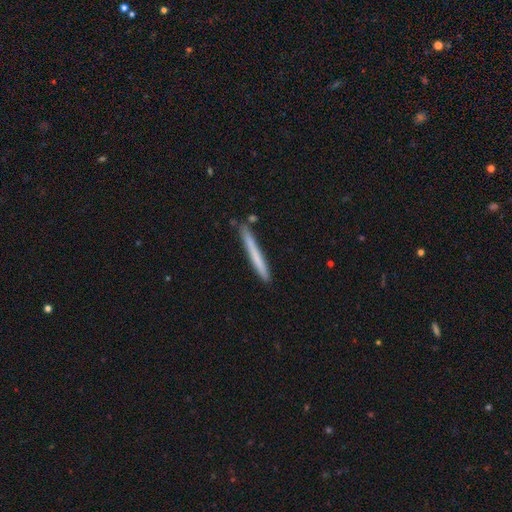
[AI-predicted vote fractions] A smooth galaxy with no disk features (65%) that is cigar-shaped (97%). Merging: none (85%).